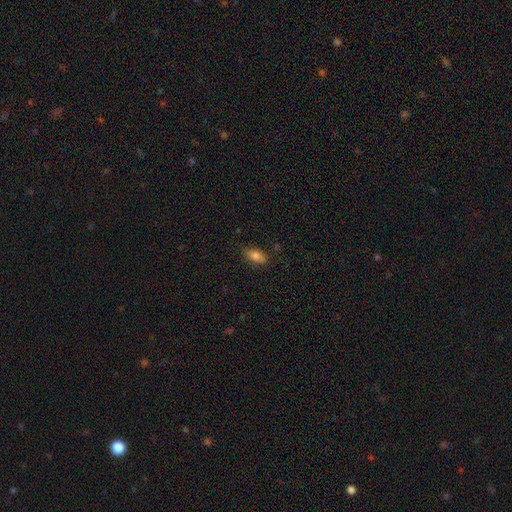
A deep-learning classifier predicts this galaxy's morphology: Smooth or featured? smooth (80%)
How rounded? in between (85%)
Merging? none (83%)